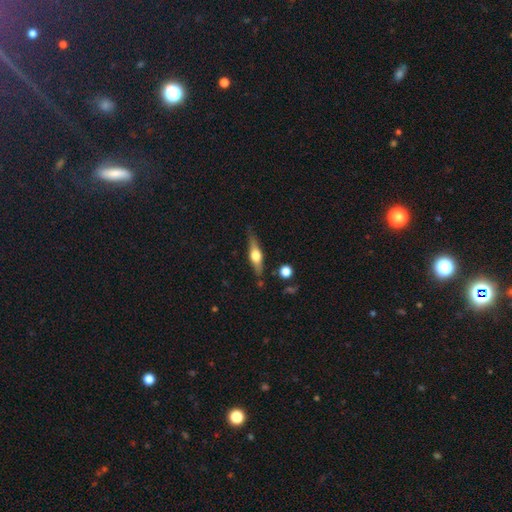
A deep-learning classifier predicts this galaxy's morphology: type=featured or disk (61%); edge-on=yes (94%); edge-on bulge=rounded (94%); merging=none (80%).